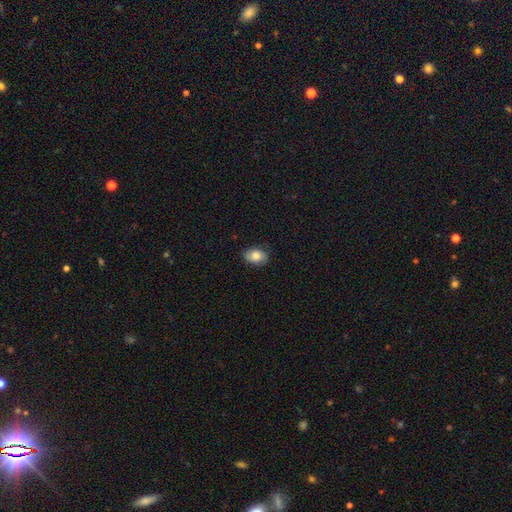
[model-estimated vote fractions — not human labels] Smooth or featured?
  - smooth: 79% *
  - featured or disk: 14%
  - star or artifact: 8%
How rounded?
  - in between: 79% *
  - round: 19%
  - cigar-shaped: 1%
Merging?
  - none: 78% *
  - minor disturbance: 18%
  - major disturbance: 3%
  - merger: 1%